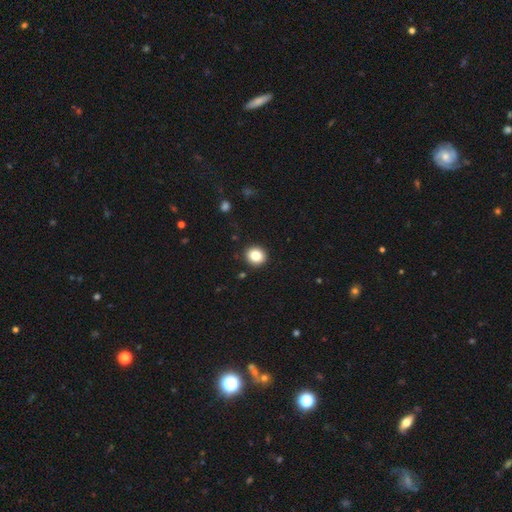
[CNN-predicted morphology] Q: Smooth or featured?
A: smooth (83%); runner-up: star or artifact (10%)
Q: How rounded?
A: round (85%); runner-up: in between (15%)
Q: Merging?
A: none (92%); runner-up: minor disturbance (5%)